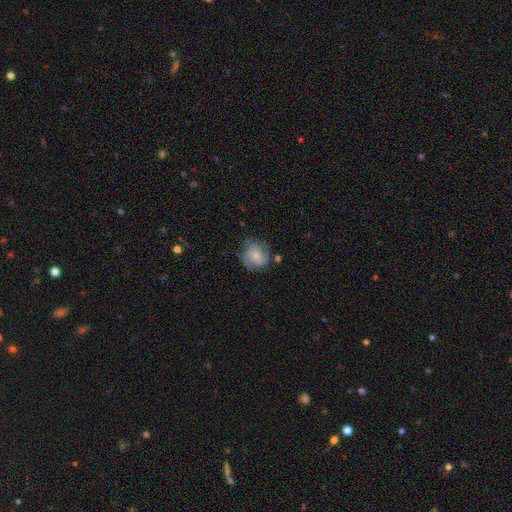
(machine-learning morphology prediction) smooth-or-featured: smooth: 52% | featured or disk: 40% | star or artifact: 8%
  how-rounded: round: 80% | in between: 19% | cigar-shaped: 1%
  merging: none: 63% | minor disturbance: 24% | major disturbance: 10% | merger: 3%